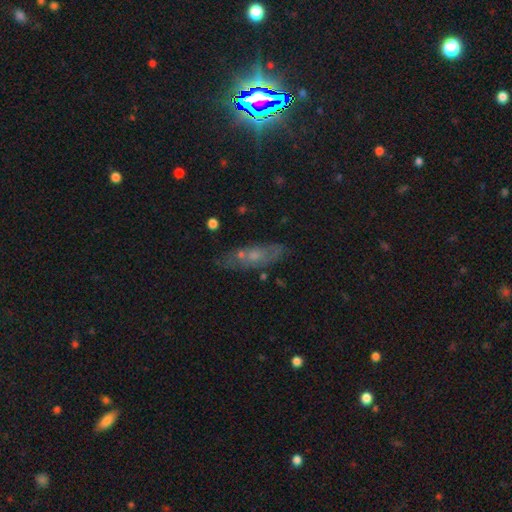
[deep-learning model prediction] This appears to be a smooth galaxy with no disk features (48%). Merging: none (64%).